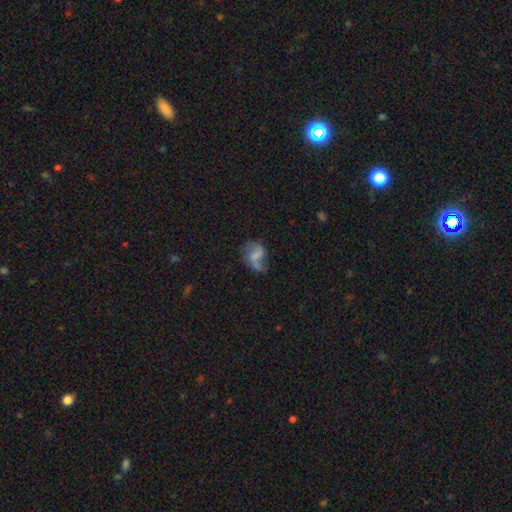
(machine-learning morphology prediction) A featured or disk galaxy (51%) with no bar (42%, tied with weak), spiral arms (71%) and no central bulge (48%). Merging: none (36%).